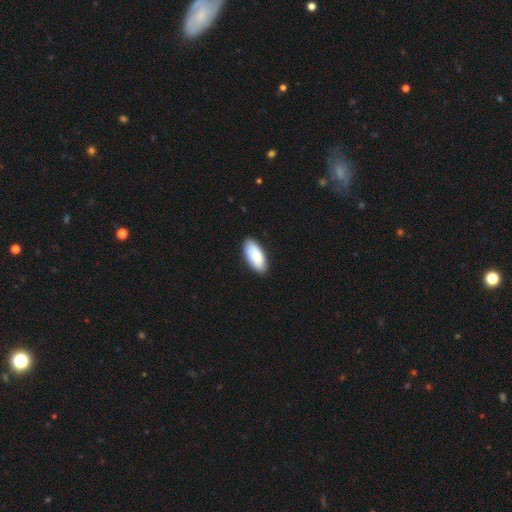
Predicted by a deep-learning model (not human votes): smooth_or_featured: smooth (p=0.87) [alt: featured or disk p=0.08]
how_rounded: in between (p=0.90) [alt: cigar-shaped p=0.08]
merging: none (p=0.87) [alt: minor disturbance p=0.11]